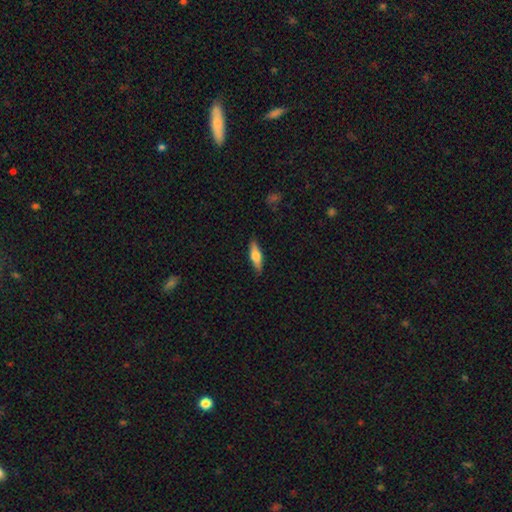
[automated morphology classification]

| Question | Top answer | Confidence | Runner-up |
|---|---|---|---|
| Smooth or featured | smooth | 55% | featured or disk (39%) |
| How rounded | cigar-shaped | 59% | in between (39%) |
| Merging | none | 87% | minor disturbance (10%) |